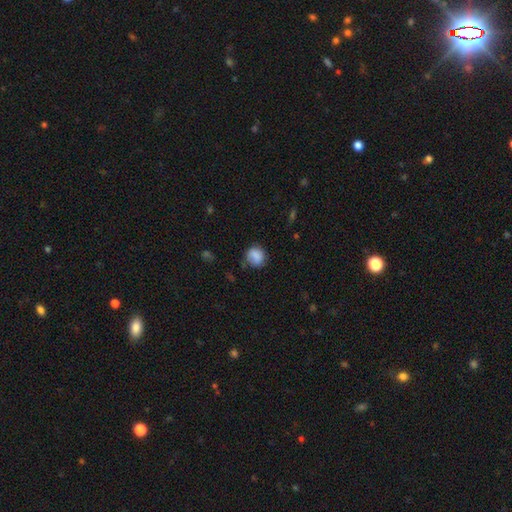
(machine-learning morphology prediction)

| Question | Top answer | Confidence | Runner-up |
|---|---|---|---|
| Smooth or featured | smooth | 82% | featured or disk (10%) |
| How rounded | round | 78% | in between (21%) |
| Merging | none | 68% | minor disturbance (22%) |